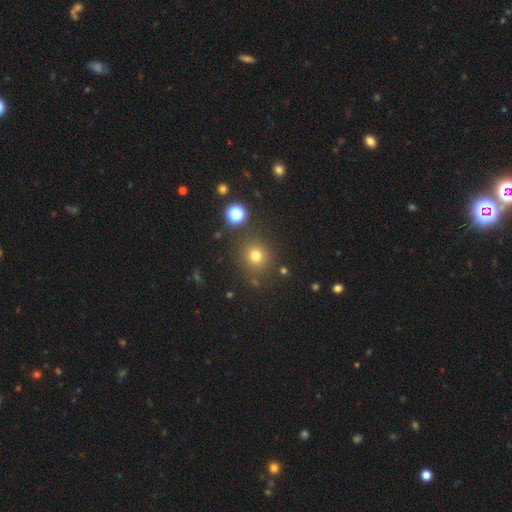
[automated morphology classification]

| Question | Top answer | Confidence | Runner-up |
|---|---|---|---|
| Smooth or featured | smooth | 73% | star or artifact (19%) |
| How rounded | round | 89% | in between (10%) |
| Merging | none | 84% | minor disturbance (8%) |